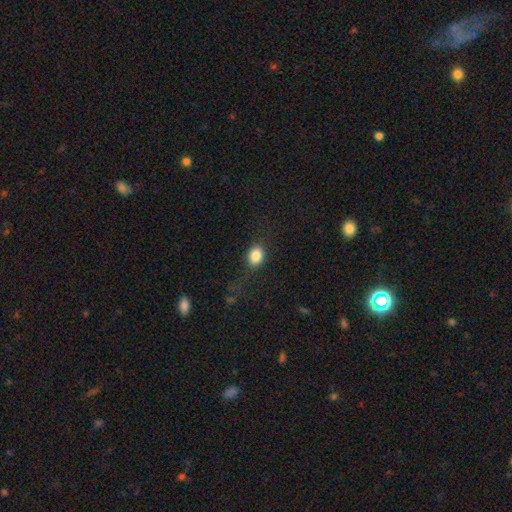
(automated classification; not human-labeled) smooth_or_featured: smooth (p=0.84) [alt: star or artifact p=0.09]
how_rounded: in between (p=0.63) [alt: round p=0.36]
merging: none (p=0.78) [alt: minor disturbance p=0.13]